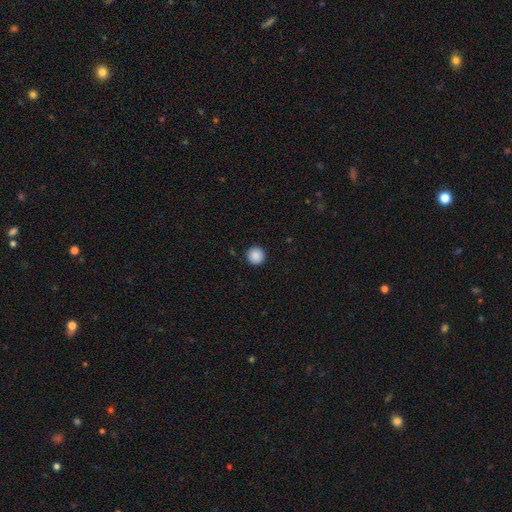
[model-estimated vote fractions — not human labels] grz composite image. It shows a smooth galaxy with no disk features (89%) that is round (96%). Merging: none (93%).